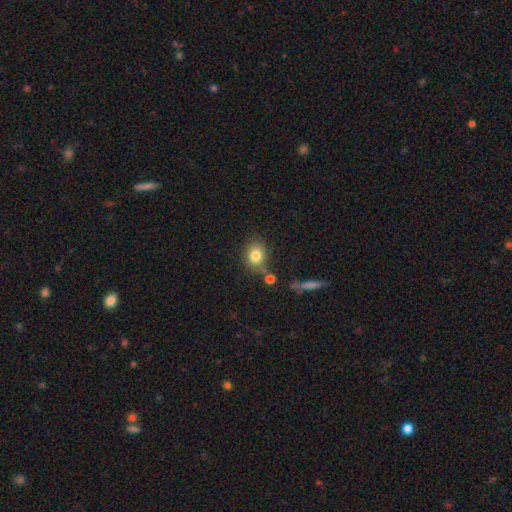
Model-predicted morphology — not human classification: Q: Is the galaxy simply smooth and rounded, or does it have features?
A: smooth — 81%.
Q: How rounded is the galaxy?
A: round — 62%.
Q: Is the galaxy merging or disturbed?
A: none — 71%.